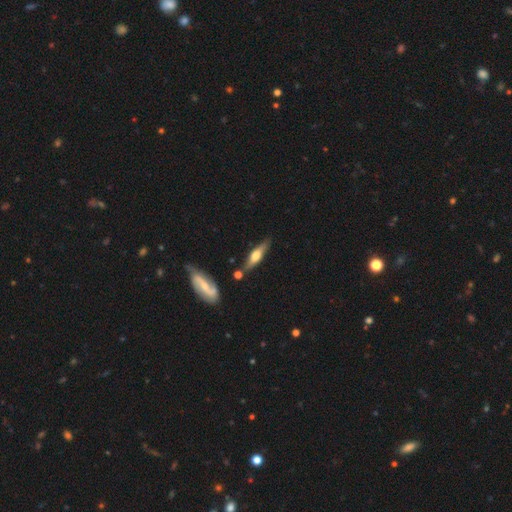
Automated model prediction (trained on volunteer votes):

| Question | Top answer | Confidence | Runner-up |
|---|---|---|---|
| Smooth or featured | featured or disk | 59% | smooth (35%) |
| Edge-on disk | yes | 86% | no (14%) |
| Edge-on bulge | rounded | 87% | boxy (9%) |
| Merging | none | 72% | minor disturbance (17%) |